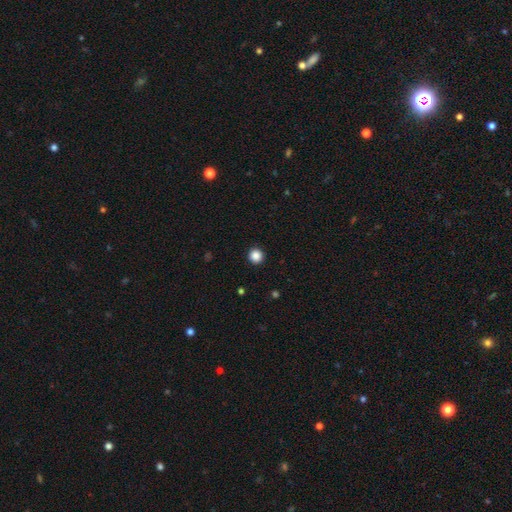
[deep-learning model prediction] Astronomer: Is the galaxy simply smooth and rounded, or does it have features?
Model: smooth — 87%.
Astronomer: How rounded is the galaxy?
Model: round — 95%.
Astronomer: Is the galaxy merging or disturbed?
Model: none — 93%.